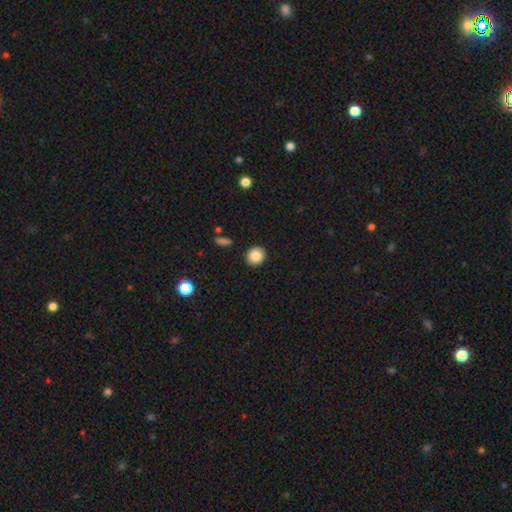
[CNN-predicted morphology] smooth-or-featured: smooth: 86% | star or artifact: 9% | featured or disk: 5%
  how-rounded: round: 88% | in between: 11% | cigar-shaped: 1%
  merging: none: 92% | minor disturbance: 5% | major disturbance: 2% | merger: 1%